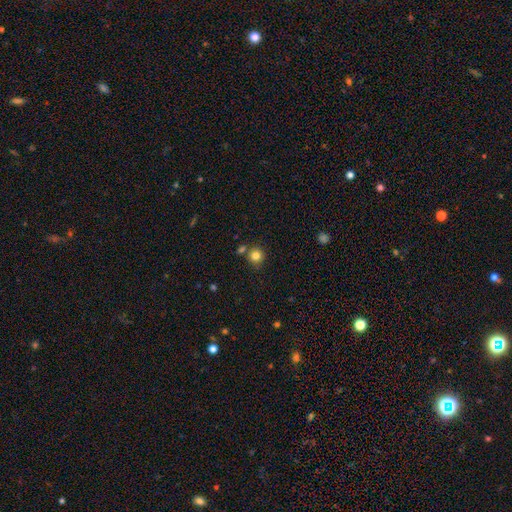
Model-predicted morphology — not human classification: smooth 82%, star or artifact 12%, featured or disk 6%. Down the decision tree: how rounded — round (92%); merging — none (75%).